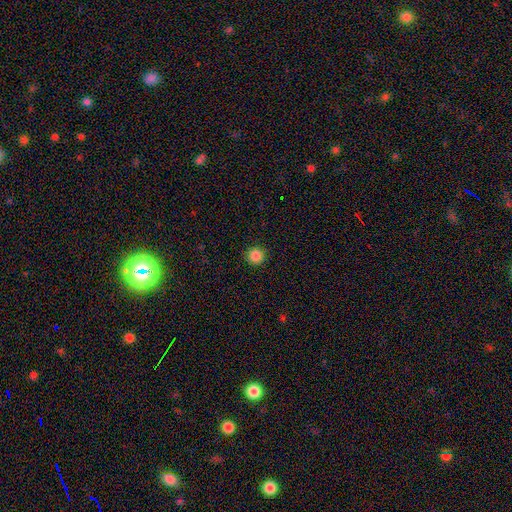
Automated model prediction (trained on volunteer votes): Smooth or featured? smooth (86%)
How rounded? round (96%)
Merging? none (92%)